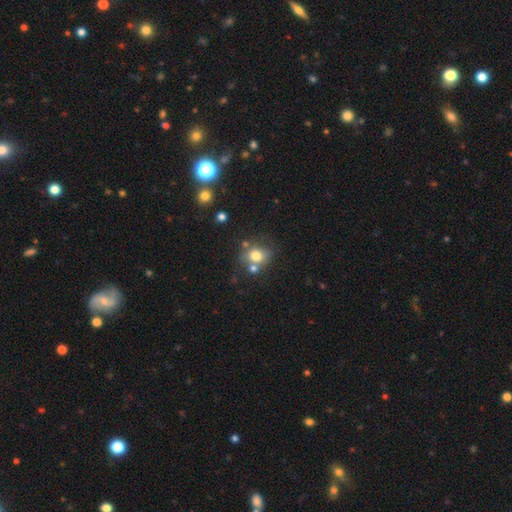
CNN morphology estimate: Smooth or featured: smooth — 73% (featured or disk — 16%)
How rounded: round — 65% (in between — 34%)
Merging: none — 59% (merger — 20%)